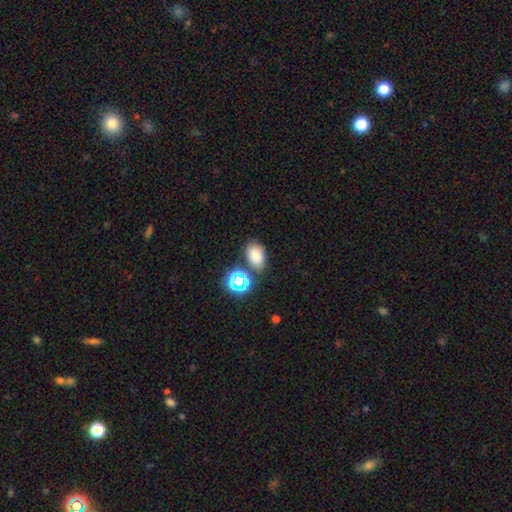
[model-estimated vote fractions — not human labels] Smooth or featured?
  - smooth: 76% *
  - star or artifact: 17%
  - featured or disk: 7%
How rounded?
  - in between: 79% *
  - round: 20%
  - cigar-shaped: 1%
Merging?
  - none: 73% *
  - minor disturbance: 12%
  - merger: 11%
  - major disturbance: 4%